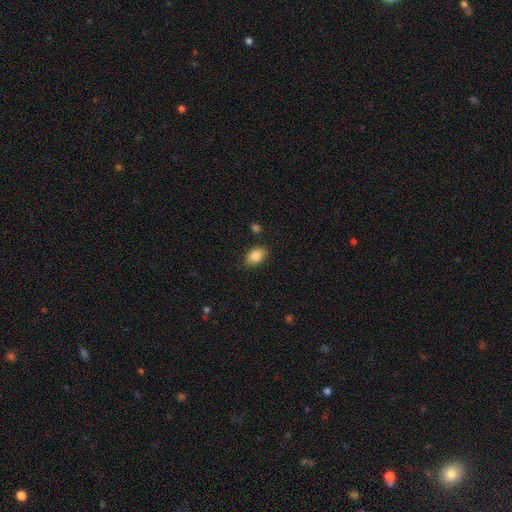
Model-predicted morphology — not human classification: Q: Smooth or featured?
A: smooth (84%); runner-up: featured or disk (8%)
Q: How rounded?
A: in between (84%); runner-up: round (14%)
Q: Merging?
A: none (86%); runner-up: minor disturbance (10%)